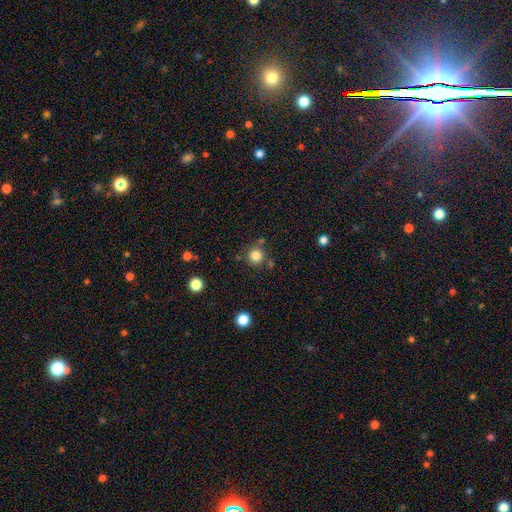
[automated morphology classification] smooth-or-featured: smooth: 83% | star or artifact: 12% | featured or disk: 5%
  how-rounded: round: 94% | in between: 5% | cigar-shaped: 1%
  merging: none: 79% | minor disturbance: 10% | merger: 8% | major disturbance: 3%